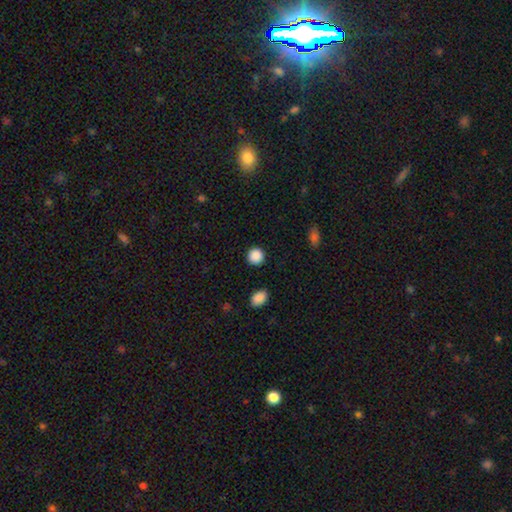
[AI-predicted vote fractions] smooth 88%, star or artifact 9%, featured or disk 3%. Down the decision tree: how rounded — round (92%); merging — none (91%).